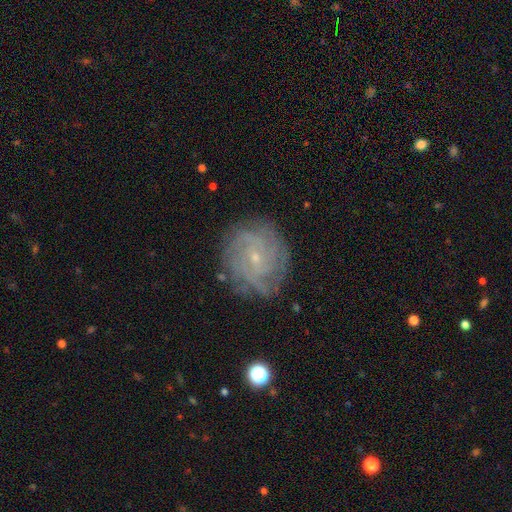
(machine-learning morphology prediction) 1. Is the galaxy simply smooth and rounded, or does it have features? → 79% featured or disk, 12% smooth, 9% star or artifact.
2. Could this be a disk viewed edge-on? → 97% no, 3% yes.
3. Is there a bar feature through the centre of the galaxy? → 60% no, 33% weak, 7% strong.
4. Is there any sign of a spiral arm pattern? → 95% yes, 5% no.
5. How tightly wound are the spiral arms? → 69% tight, 25% medium, 6% loose.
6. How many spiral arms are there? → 35% can't tell, 17% 4, 16% 2, 16% 3, 9% more than 4, 7% 1.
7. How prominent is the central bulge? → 85% small, 11% moderate, 2% none, 1% large, 1% dominant.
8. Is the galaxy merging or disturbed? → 81% none, 14% minor disturbance, 4% major disturbance, 1% merger.